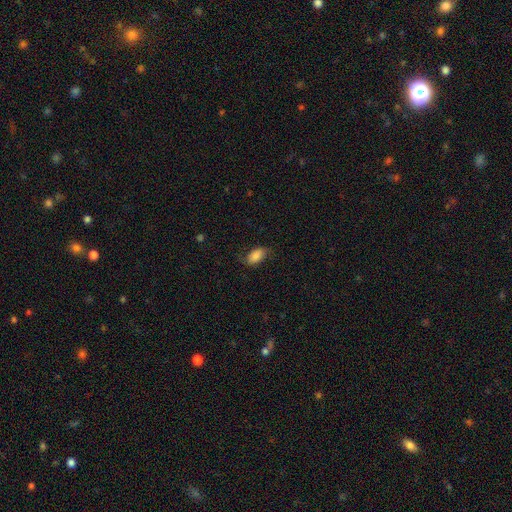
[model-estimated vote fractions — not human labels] Smooth or featured: smooth — 81% (featured or disk — 12%)
How rounded: in between — 92% (round — 5%)
Merging: none — 69% (minor disturbance — 22%)